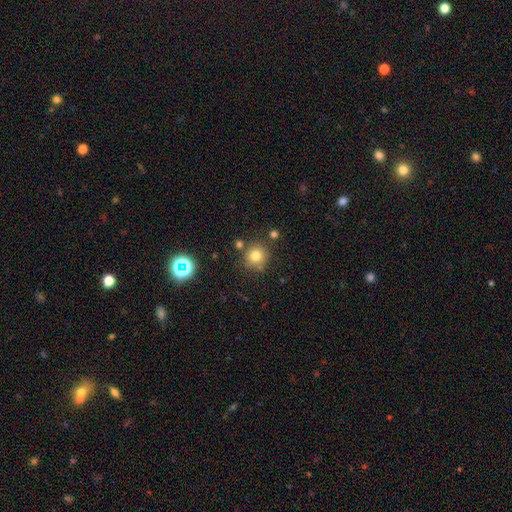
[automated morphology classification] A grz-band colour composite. It shows a smooth galaxy with no disk features (77%) that is round (91%). Merging: none (78%).